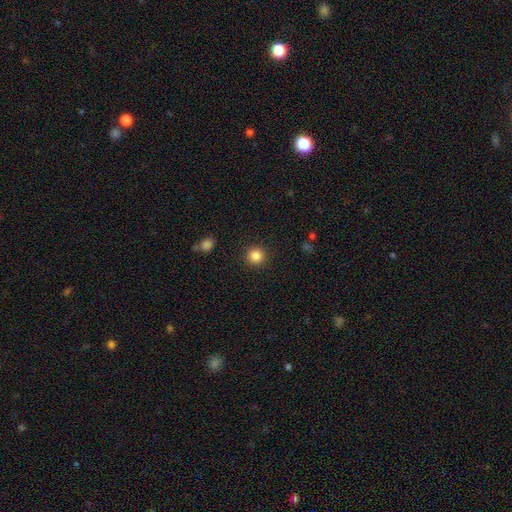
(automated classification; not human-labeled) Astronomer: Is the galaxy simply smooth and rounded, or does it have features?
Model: smooth — 85%.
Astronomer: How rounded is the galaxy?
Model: round — 94%.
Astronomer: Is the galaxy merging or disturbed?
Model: none — 91%.